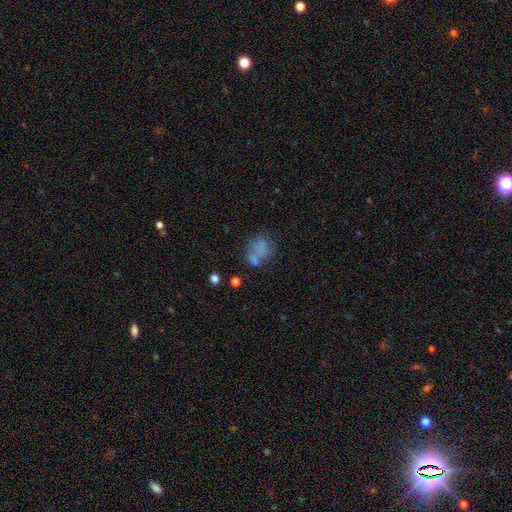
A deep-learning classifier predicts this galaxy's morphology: Smooth or featured? Predicted: smooth (p=0.64). How rounded? Predicted: in between (p=0.53). Merging? Predicted: none (p=0.36).